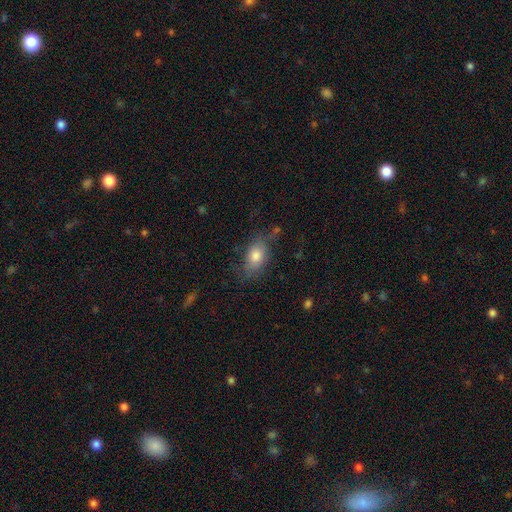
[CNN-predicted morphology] This appears to be a smooth galaxy with no disk features (77%) that is in between round and cigar-shaped (84%). Merging: none (65%).